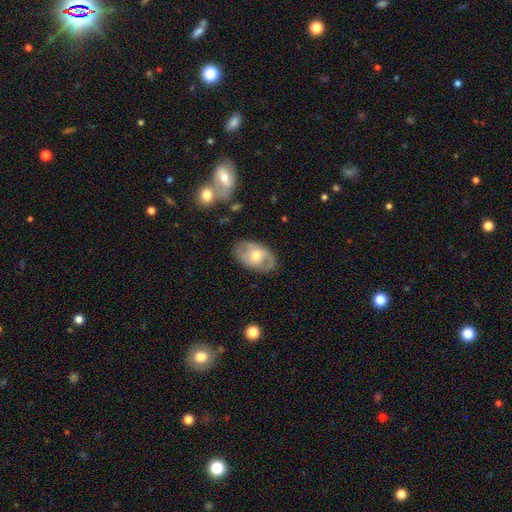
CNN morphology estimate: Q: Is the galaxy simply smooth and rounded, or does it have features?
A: featured or disk — 56%.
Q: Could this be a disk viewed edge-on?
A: no — 93%.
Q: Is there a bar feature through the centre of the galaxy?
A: no — 57%.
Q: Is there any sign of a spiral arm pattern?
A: yes — 70%.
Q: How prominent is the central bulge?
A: moderate — 65%.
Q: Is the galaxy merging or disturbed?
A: none — 77%.